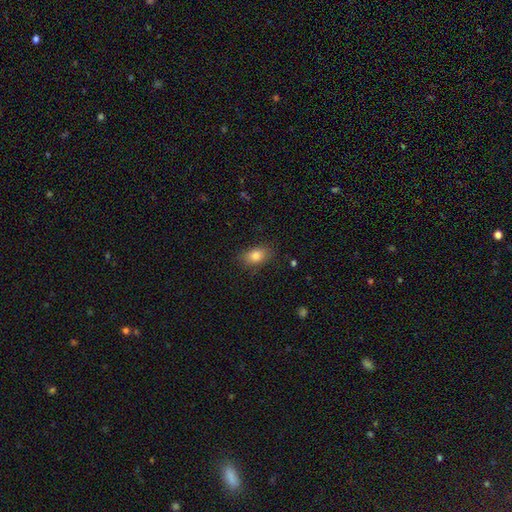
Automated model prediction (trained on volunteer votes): Overall: smooth (83%). How rounded: in between (82%). Merging: none (81%).